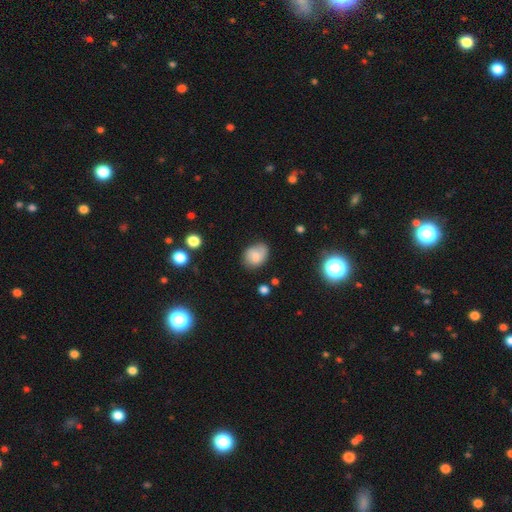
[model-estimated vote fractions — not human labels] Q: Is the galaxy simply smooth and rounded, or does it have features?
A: smooth — 70%.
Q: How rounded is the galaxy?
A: in between — 61%.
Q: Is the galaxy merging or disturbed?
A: none — 61%.